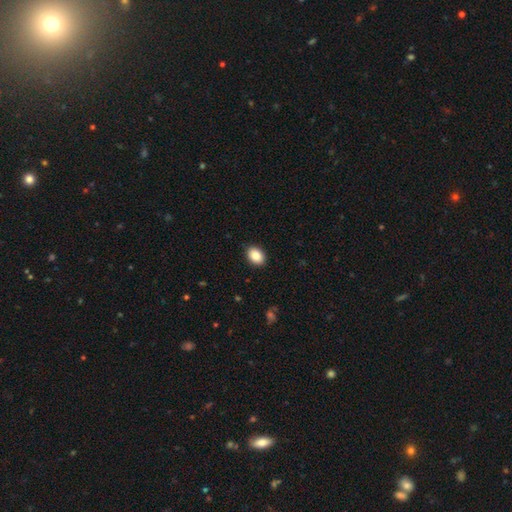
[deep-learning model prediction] Smooth or featured? Predicted: smooth (p=0.87). How rounded? Predicted: in between (p=0.78). Merging? Predicted: none (p=0.90).